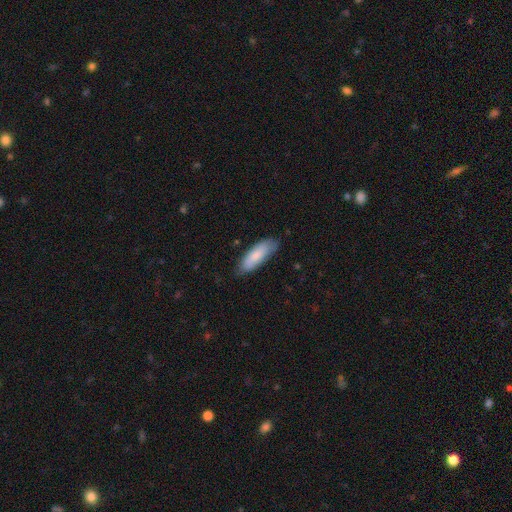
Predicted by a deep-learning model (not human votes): smooth 79%, featured or disk 15%, star or artifact 5%. Down the decision tree: how rounded — in between (61%); merging — none (76%).